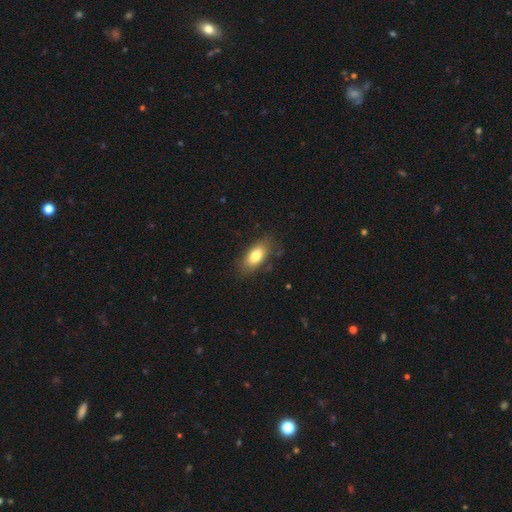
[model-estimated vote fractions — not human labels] This appears to be a smooth galaxy with no disk features (80%) that is in between round and cigar-shaped (88%). Merging: none (79%).